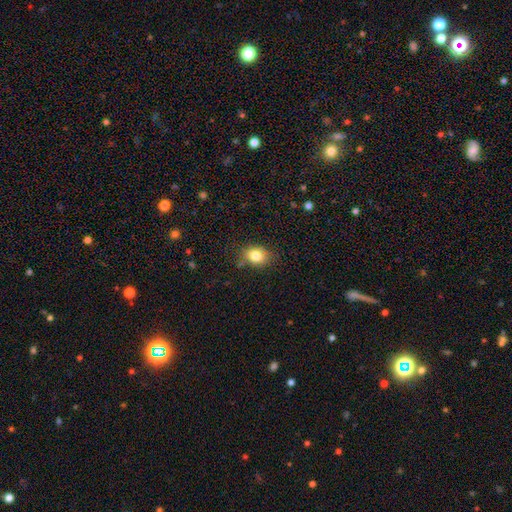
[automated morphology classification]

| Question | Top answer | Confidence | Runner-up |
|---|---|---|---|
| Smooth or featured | smooth | 82% | star or artifact (10%) |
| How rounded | in between | 56% | round (43%) |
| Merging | none | 78% | minor disturbance (16%) |